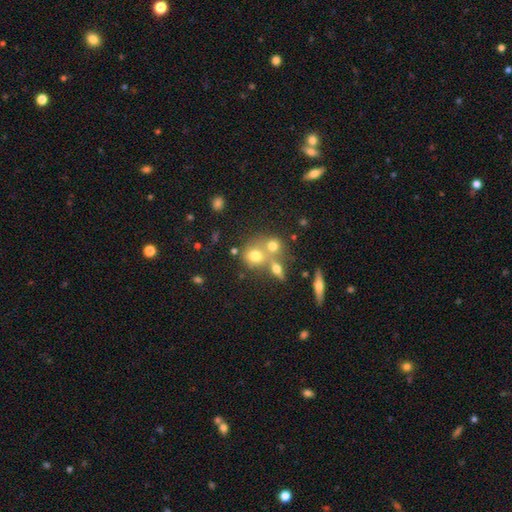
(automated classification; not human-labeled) Smooth or featured?
  - smooth: 66% *
  - featured or disk: 18%
  - star or artifact: 15%
How rounded?
  - round: 69% *
  - in between: 29%
  - cigar-shaped: 2%
Merging?
  - merger: 45% *
  - none: 41%
  - minor disturbance: 9%
  - major disturbance: 5%